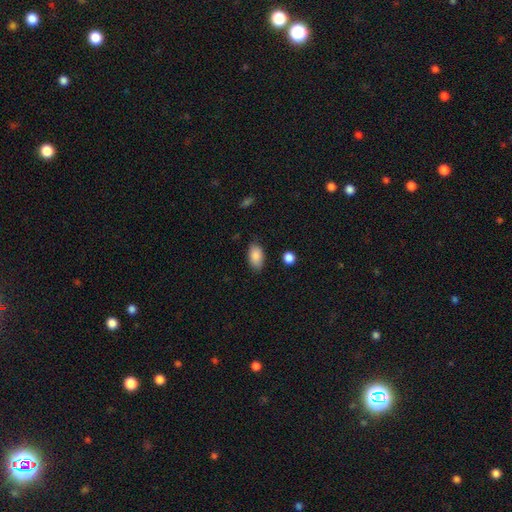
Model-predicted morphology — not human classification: Q: Smooth or featured?
A: smooth (87%); runner-up: star or artifact (7%)
Q: How rounded?
A: in between (92%); runner-up: round (6%)
Q: Merging?
A: none (83%); runner-up: minor disturbance (13%)